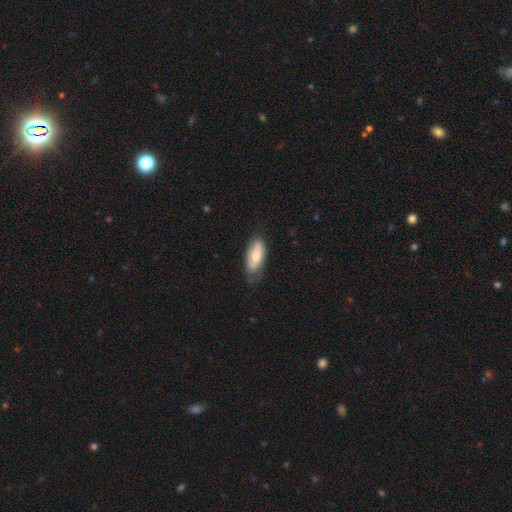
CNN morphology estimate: Overall: smooth (58%; featured or disk 37%). How rounded: in between (86%). Merging: none (68%).